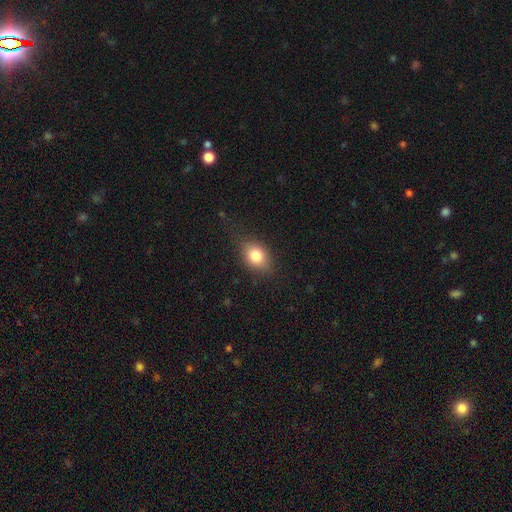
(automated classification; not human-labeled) Smooth or featured? smooth (79%)
How rounded? in between (65%)
Merging? none (75%)